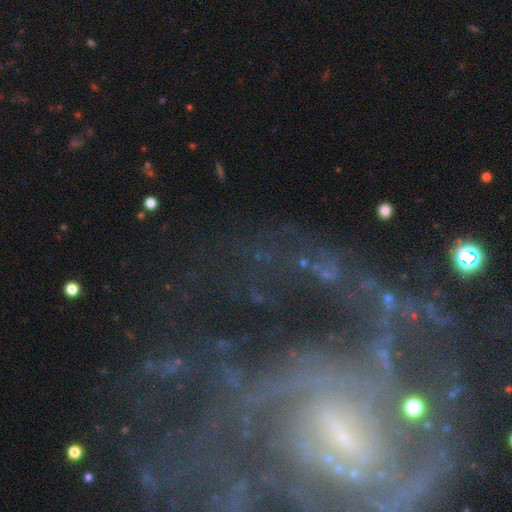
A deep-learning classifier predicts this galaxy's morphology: Smooth or featured? featured or disk (66%)
Edge-on disk? no (93%)
Bar? no (37%)
Spiral arms? yes (88%)
Spiral winding? tight (51%)
Spiral arm count? 2 (26%)
Bulge size? small (61%)
Merging? none (62%)